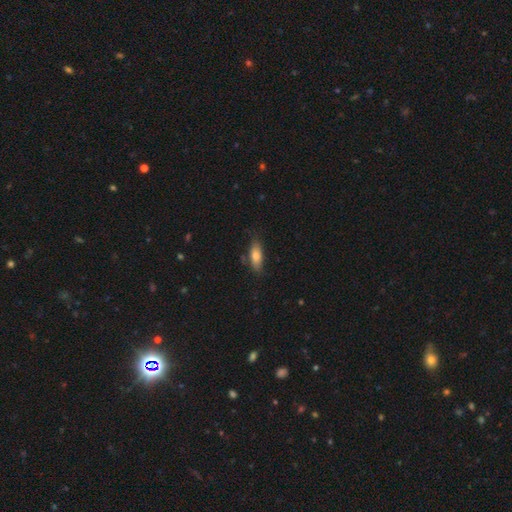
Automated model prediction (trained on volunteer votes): Smooth or featured? Predicted: smooth (p=0.77). How rounded? Predicted: in between (p=0.71). Merging? Predicted: none (p=0.75).